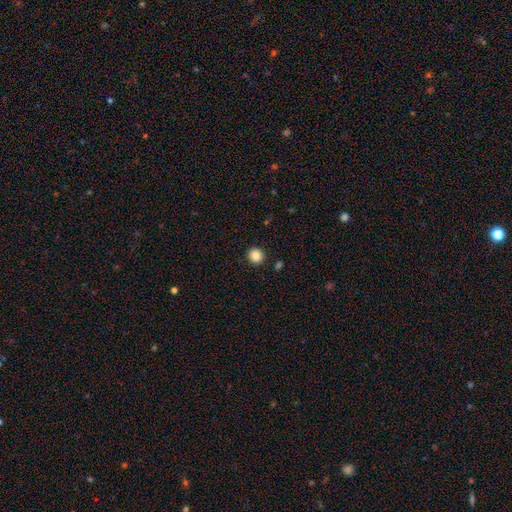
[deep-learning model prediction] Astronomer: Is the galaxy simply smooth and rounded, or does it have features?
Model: smooth — 85%.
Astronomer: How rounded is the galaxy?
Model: round — 94%.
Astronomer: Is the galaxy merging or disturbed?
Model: none — 92%.